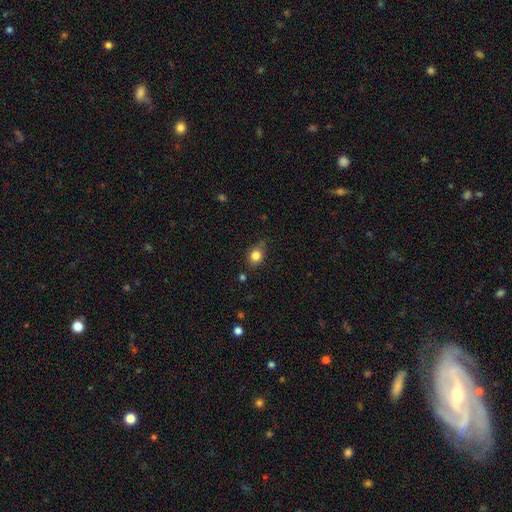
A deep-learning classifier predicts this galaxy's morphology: type=smooth (83%); roundness=round (64%); merging=none (70%).